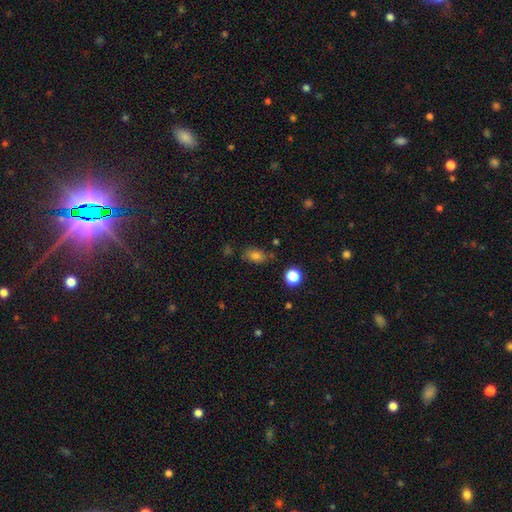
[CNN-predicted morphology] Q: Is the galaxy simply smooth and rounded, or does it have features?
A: smooth — 78%.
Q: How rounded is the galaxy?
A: in between — 79%.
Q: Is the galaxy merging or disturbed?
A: none — 74%.